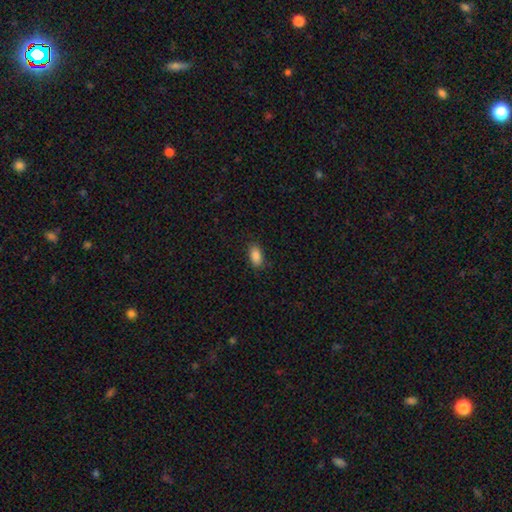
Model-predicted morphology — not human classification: smooth 89%, star or artifact 8%, featured or disk 4%. Down the decision tree: how rounded — in between (92%); merging — none (86%).